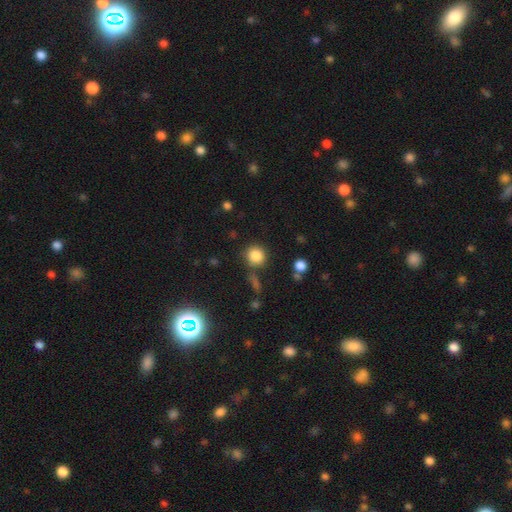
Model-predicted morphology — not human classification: Overall: smooth (84%). How rounded: round (90%). Merging: none (80%).